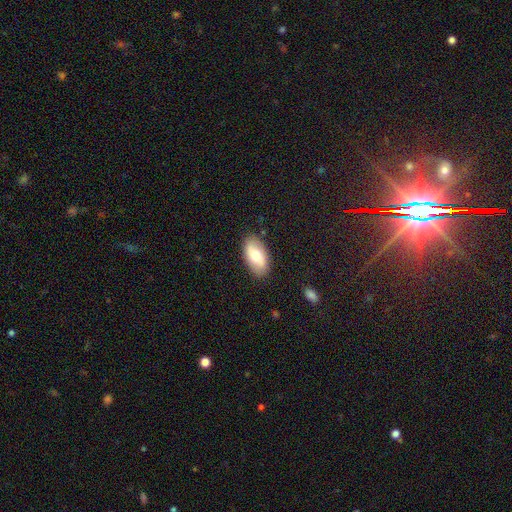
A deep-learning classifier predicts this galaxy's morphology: smooth 64%, featured or disk 30%, star or artifact 6%. Down the decision tree: how rounded — in between (94%); merging — none (86%).